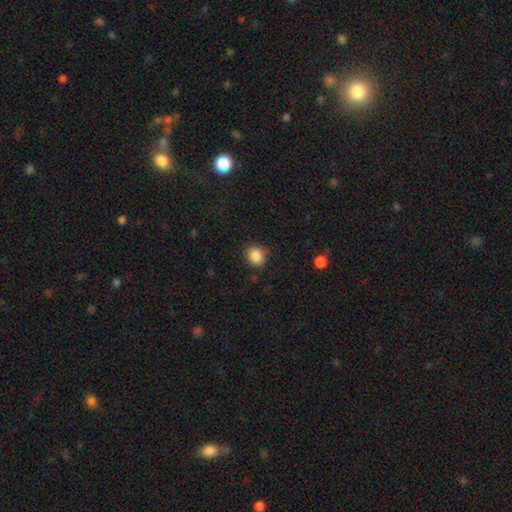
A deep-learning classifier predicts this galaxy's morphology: The model was most divided on "how rounded": round: 77%, in between: 22%, cigar-shaped: 1%. More confident: smooth or featured — smooth (87%); merging — none (84%).